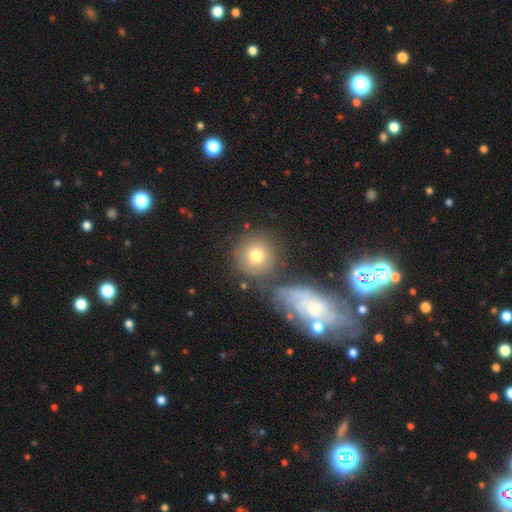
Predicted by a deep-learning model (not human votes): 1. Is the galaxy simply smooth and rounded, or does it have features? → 70% smooth, 20% featured or disk, 10% star or artifact.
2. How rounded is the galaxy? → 91% round, 7% in between, 1% cigar-shaped.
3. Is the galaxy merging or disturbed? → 65% none, 18% merger, 11% minor disturbance, 6% major disturbance.